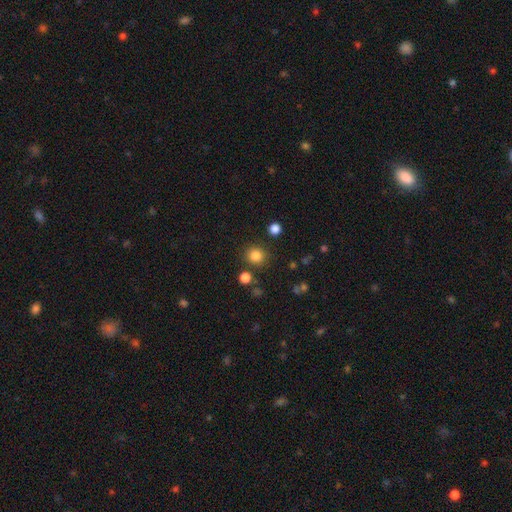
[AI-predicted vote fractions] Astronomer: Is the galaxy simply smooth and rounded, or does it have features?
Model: smooth — 83%.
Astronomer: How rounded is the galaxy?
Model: round — 89%.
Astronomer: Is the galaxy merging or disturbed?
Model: none — 85%.